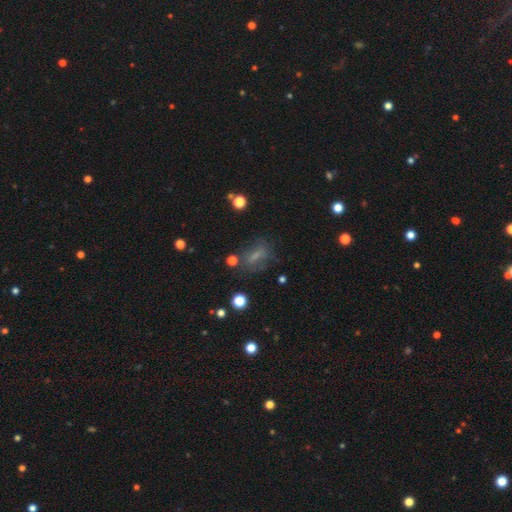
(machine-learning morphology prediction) Overall: smooth (54%; featured or disk 26%). How rounded: in between (62%; cigar-shaped 25%). Merging: none (58%; minor disturbance 21%).